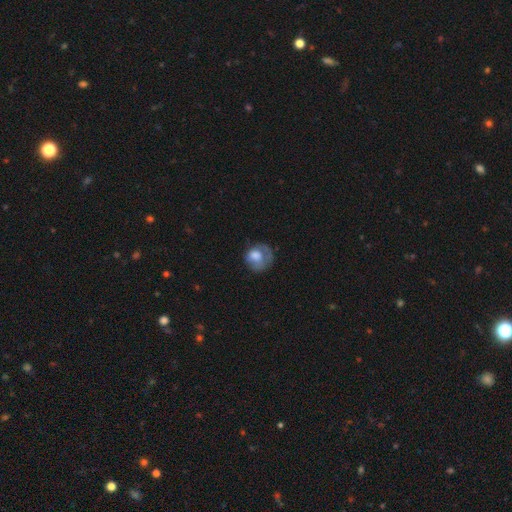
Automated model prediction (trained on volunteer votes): A smooth galaxy with no disk features (63%) that is round (75%). Merging: none (43%).